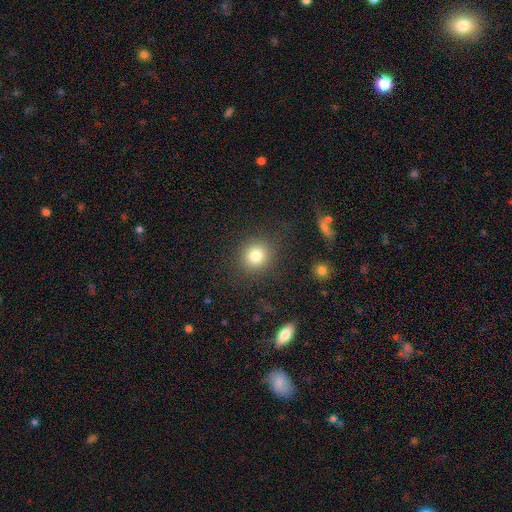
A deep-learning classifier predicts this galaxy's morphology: This is clearly a smooth galaxy (81%). How rounded: clearly round (86%). Merging: clearly none (87%).